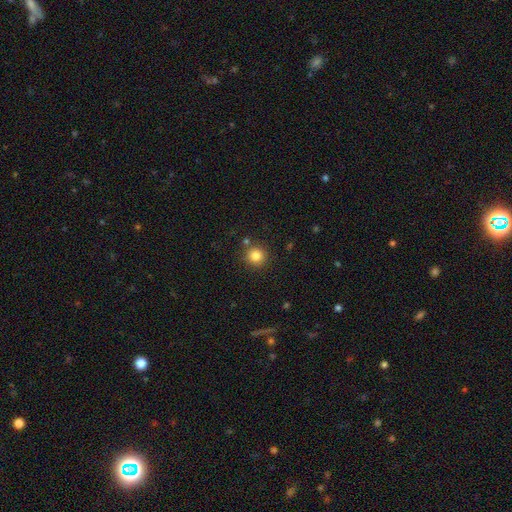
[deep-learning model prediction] smooth 83%, star or artifact 12%, featured or disk 5%. Down the decision tree: how rounded — round (93%); merging — none (85%).